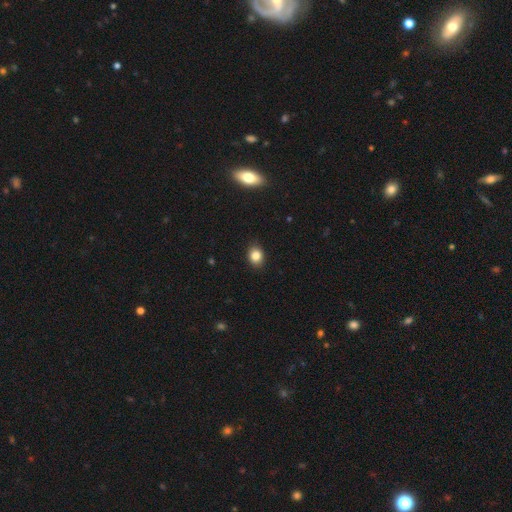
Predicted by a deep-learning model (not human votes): This is clearly a smooth galaxy (84%). How rounded: possibly round (51%). Merging: clearly none (88%).